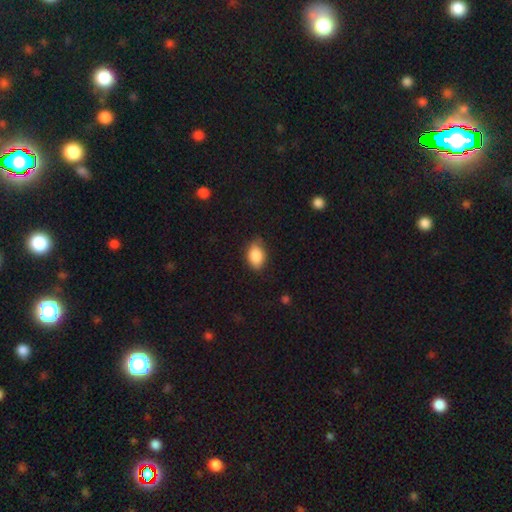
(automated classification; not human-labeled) Overall: smooth (86%). How rounded: in between (84%). Merging: none (73%).